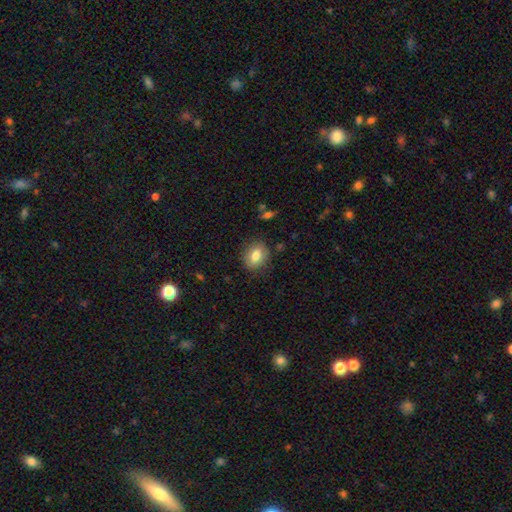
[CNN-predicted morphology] This is likely a smooth galaxy (78%). How rounded: possibly in between (58%). Merging: clearly none (82%).